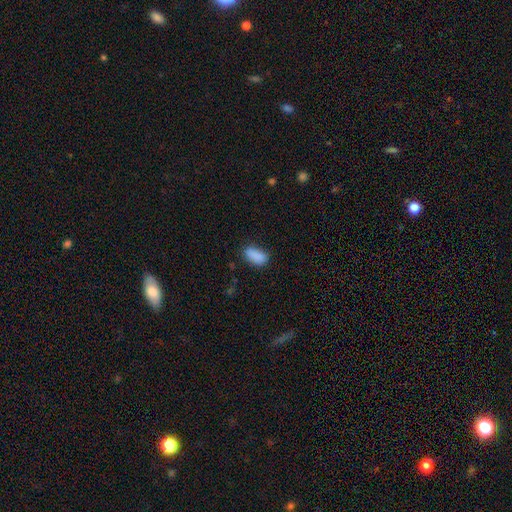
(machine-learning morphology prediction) Smooth or featured? Predicted: smooth (p=0.86). How rounded? Predicted: in between (p=0.91). Merging? Predicted: none (p=0.66).